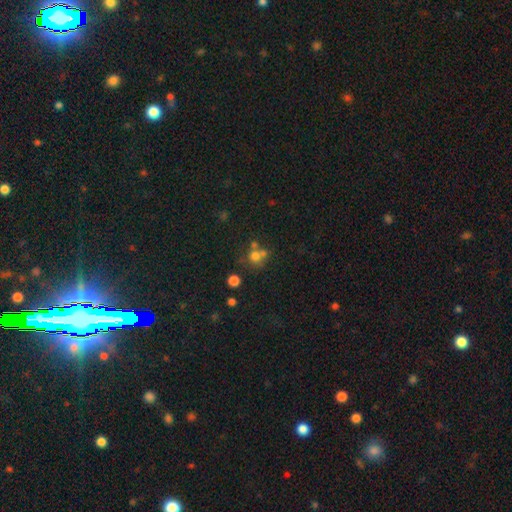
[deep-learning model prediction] The model was most divided on "merging": none: 46%, merger: 35%, minor disturbance: 11%, major disturbance: 7%. More confident: how rounded — round (80%); smooth or featured — smooth (66%).